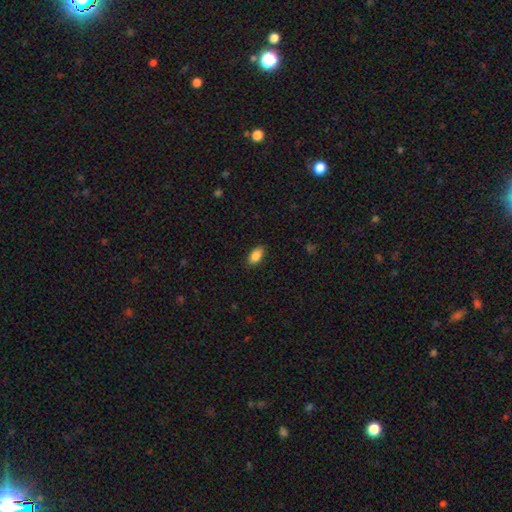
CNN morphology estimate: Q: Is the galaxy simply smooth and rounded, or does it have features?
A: smooth — 88%.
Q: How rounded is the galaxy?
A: in between — 92%.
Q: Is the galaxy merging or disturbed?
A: none — 87%.